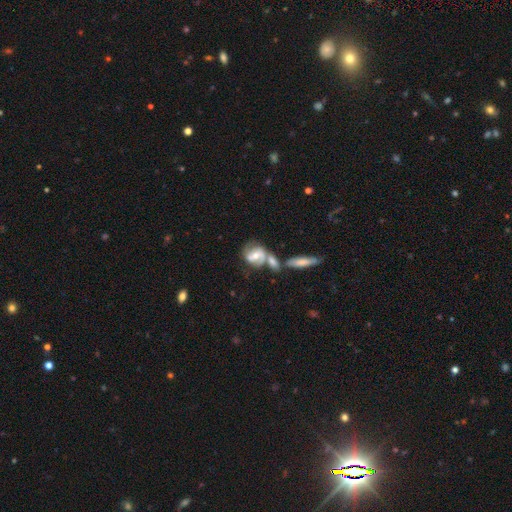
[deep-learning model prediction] smooth_or_featured: featured or disk (p=0.63) [alt: smooth p=0.30]
disk_edge_on: no (p=0.94) [alt: yes p=0.06]
bar: no (p=0.46) [alt: weak p=0.39]
has_spiral_arms: yes (p=0.82) [alt: no p=0.18]
bulge_size: moderate (p=0.65) [alt: small p=0.26]
merging: merger (p=0.43) [alt: none p=0.34]